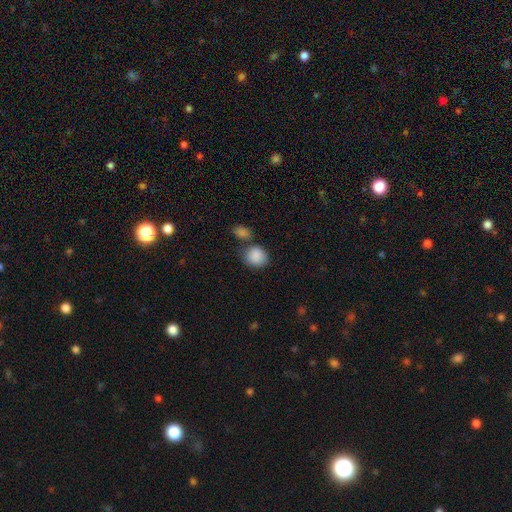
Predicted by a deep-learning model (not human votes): A smooth galaxy with no disk features (89%) that is round (66%). Merging: none (59%).